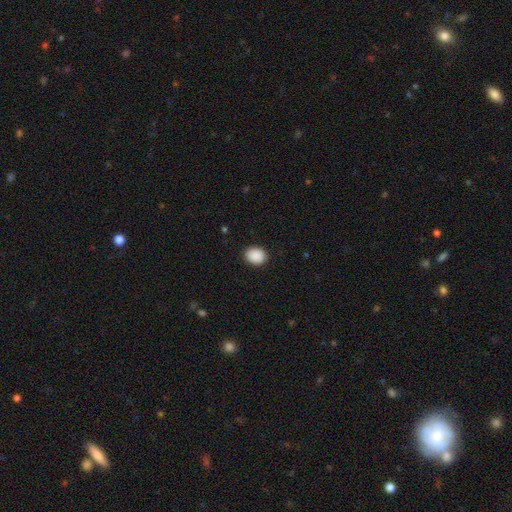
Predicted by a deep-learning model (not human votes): Smooth or featured: smooth — 90% (star or artifact — 7%)
How rounded: round — 52% (in between — 47%)
Merging: none — 89% (minor disturbance — 8%)